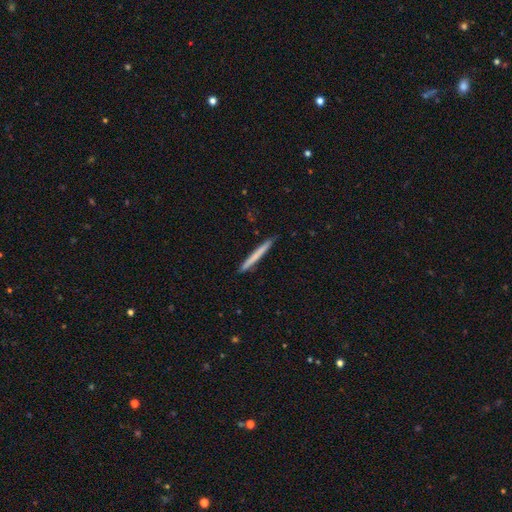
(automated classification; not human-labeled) Smooth or featured? smooth (64%)
How rounded? cigar-shaped (97%)
Merging? none (91%)